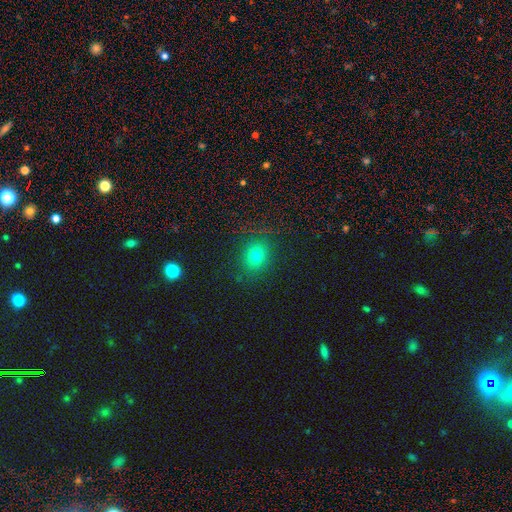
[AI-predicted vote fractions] Morphology: type=smooth (69%); roundness=round (73%); merging=none (85%).